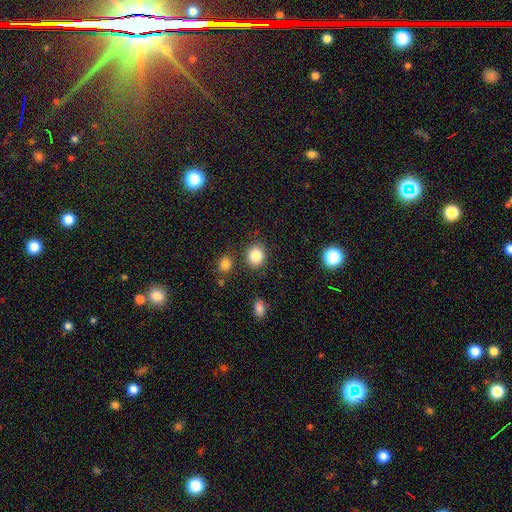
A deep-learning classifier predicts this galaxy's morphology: A smooth galaxy with no disk features (83%) that is round (75%). Merging: none (83%).